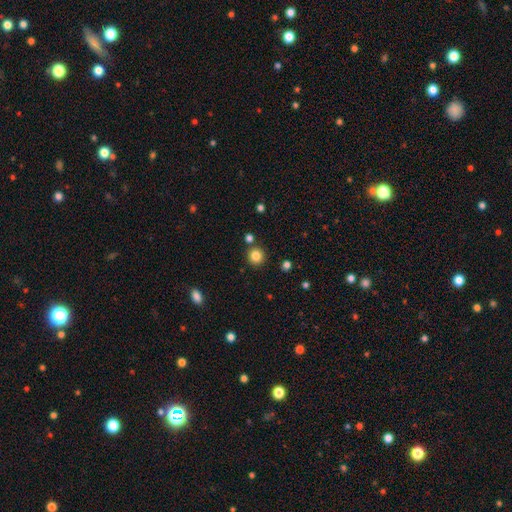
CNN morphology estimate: smooth 84%, star or artifact 12%, featured or disk 5%. Down the decision tree: how rounded — round (93%); merging — none (85%).